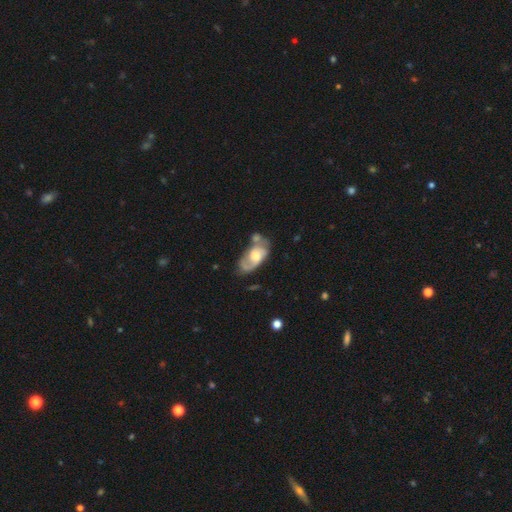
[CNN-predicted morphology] Overall: featured or disk (61%; smooth 33%). Edge-on disk: no (93%). Bar: no (66%; weak 29%). Spiral arms: yes (78%). Bulge size: moderate (50%; large 24%). Merging: none (39%; minor disturbance 24%).